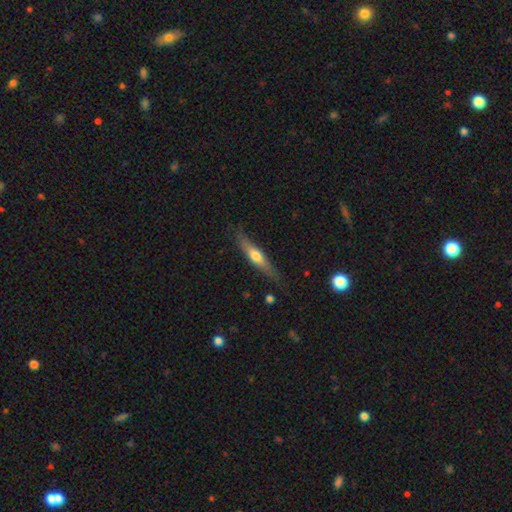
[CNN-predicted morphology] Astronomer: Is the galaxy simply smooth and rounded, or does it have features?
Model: featured or disk — 50% (runner-up: smooth, 44%).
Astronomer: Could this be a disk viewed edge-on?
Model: yes — 89%.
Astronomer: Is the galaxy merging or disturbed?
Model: none — 79%.